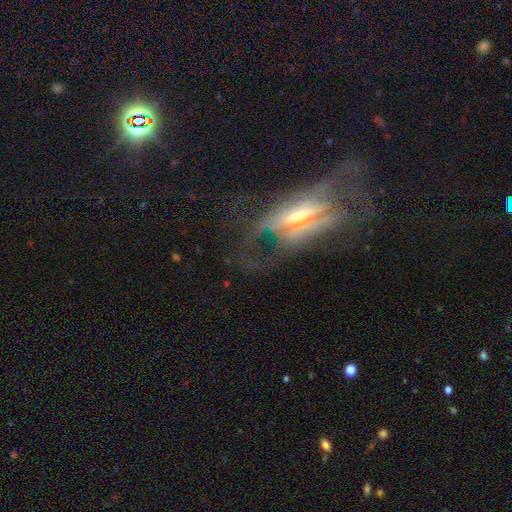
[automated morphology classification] smooth_or_featured: featured or disk (p=0.70) [alt: smooth p=0.16]
disk_edge_on: no (p=0.65) [alt: yes p=0.35]
merging: none (p=0.41) [alt: major disturbance p=0.37]